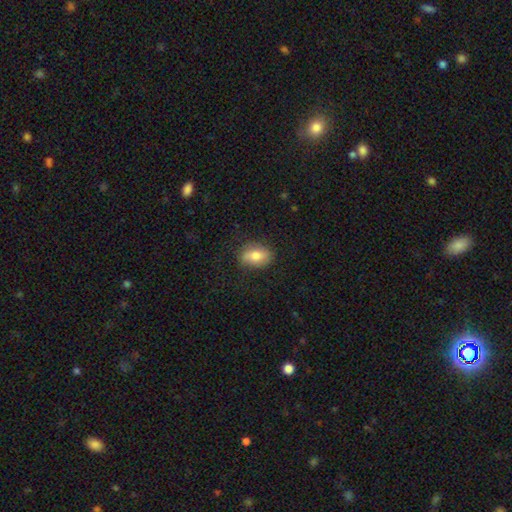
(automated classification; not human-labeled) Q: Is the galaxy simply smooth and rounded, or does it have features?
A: smooth — 73%.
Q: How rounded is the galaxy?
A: in between — 84%.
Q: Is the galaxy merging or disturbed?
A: none — 78%.